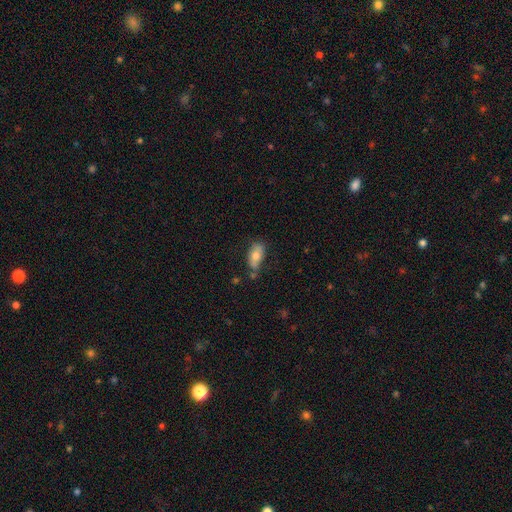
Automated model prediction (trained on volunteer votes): smooth_or_featured: smooth (p=0.70) [alt: featured or disk p=0.22]
how_rounded: in between (p=0.85) [alt: cigar-shaped p=0.10]
merging: none (p=0.56) [alt: minor disturbance p=0.27]